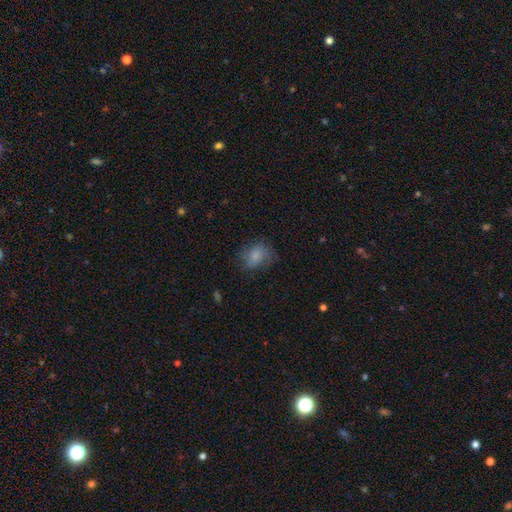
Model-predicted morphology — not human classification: Smooth or featured: smooth — 73% (featured or disk — 18%)
How rounded: in between — 55% (round — 44%)
Merging: none — 64% (minor disturbance — 23%)